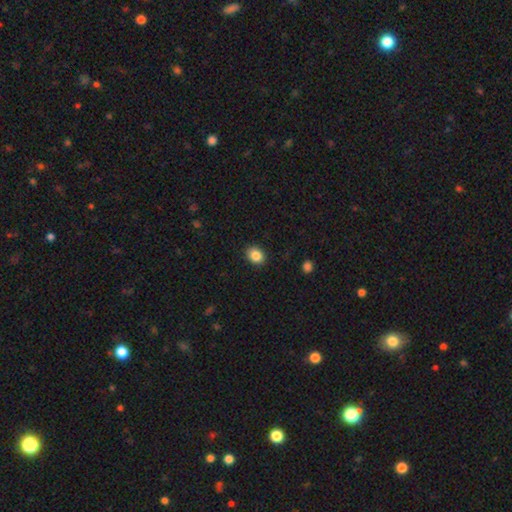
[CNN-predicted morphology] smooth_or_featured: smooth (p=0.86) [alt: star or artifact p=0.09]
how_rounded: in between (p=0.51) [alt: round p=0.48]
merging: none (p=0.90) [alt: minor disturbance p=0.07]